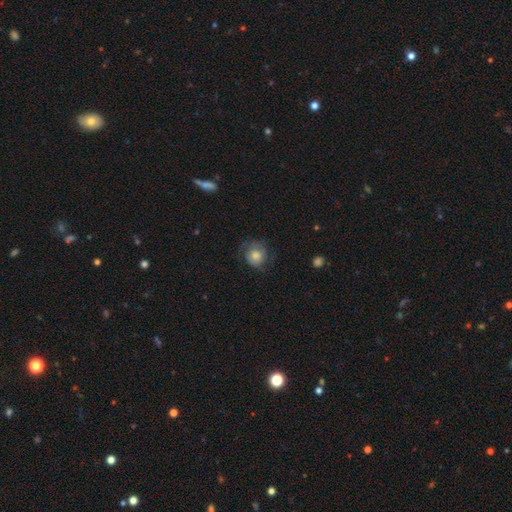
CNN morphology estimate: This is possibly a smooth galaxy (60%). How rounded: likely round (79%). Merging: possibly none (57%).